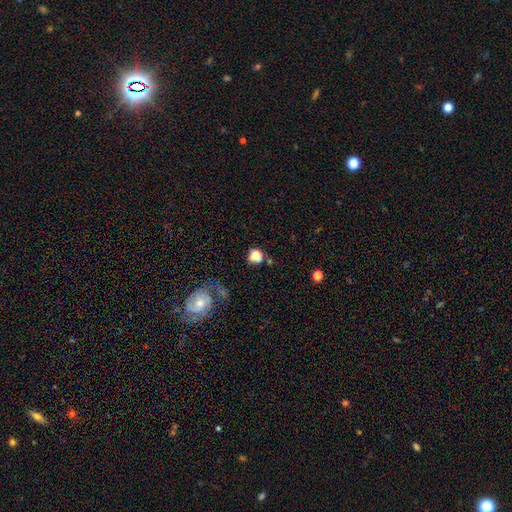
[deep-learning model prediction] smooth-or-featured: smooth: 80% | star or artifact: 11% | featured or disk: 9%
  how-rounded: round: 78% | in between: 21% | cigar-shaped: 1%
  merging: none: 56% | minor disturbance: 22% | merger: 12% | major disturbance: 10%